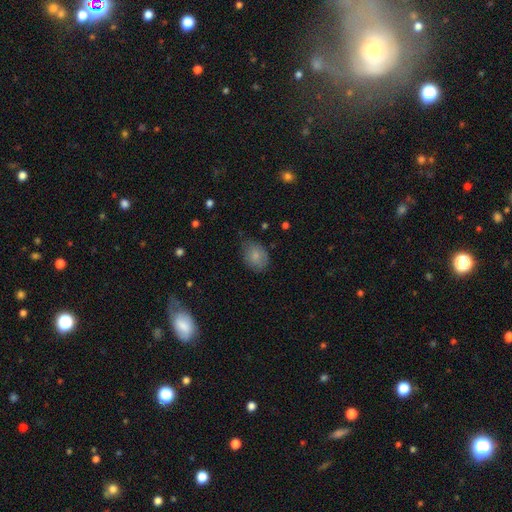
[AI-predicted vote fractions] Morphology: type=smooth (80%); roundness=in between (72%); merging=none (66%).